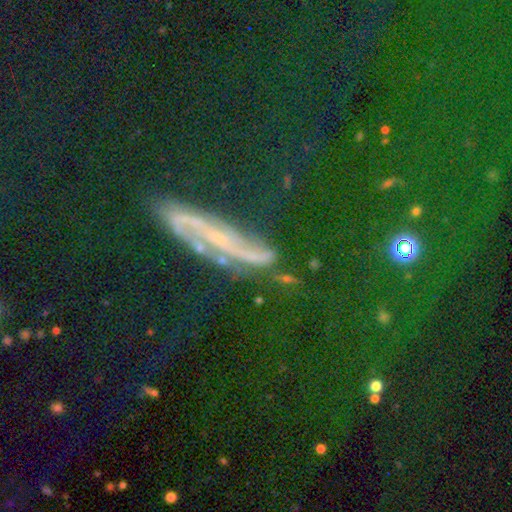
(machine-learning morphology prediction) Q: Smooth or featured?
A: featured or disk (54%); runner-up: smooth (26%)
Q: Edge-on disk?
A: no (79%); runner-up: yes (21%)
Q: Merging?
A: none (55%); runner-up: minor disturbance (21%)